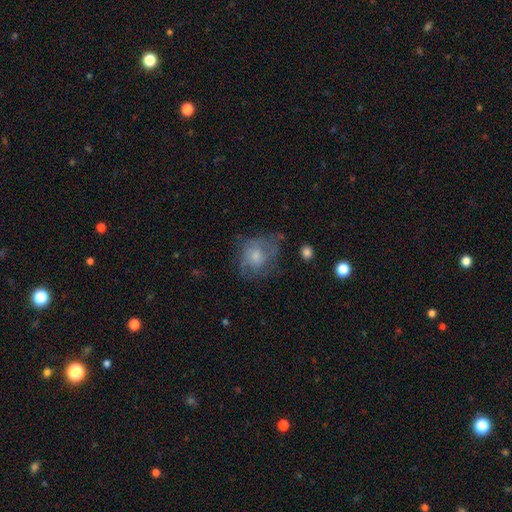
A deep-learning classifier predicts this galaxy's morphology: smooth 52%, featured or disk 39%, star or artifact 10%. Down the decision tree: how rounded — round (63%); merging — none (46%).